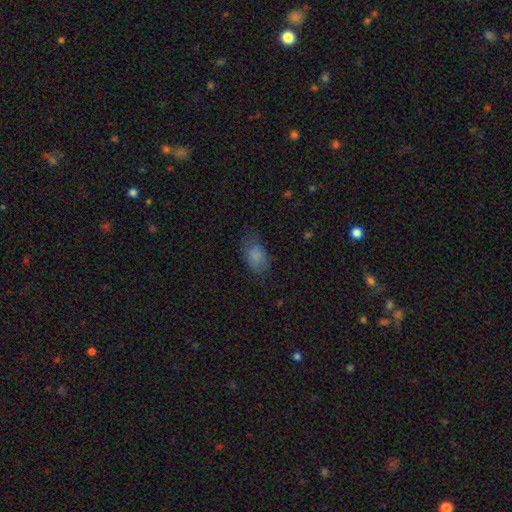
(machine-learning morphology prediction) smooth 81%, featured or disk 10%, star or artifact 9%. Down the decision tree: how rounded — in between (90%); merging — none (67%).